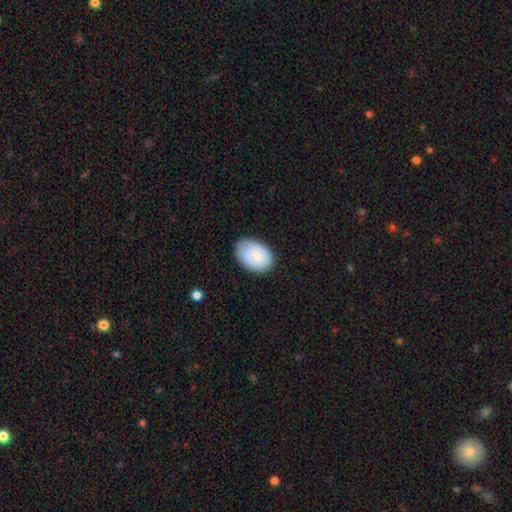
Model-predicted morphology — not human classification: A smooth galaxy with no disk features (73%) that is in between round and cigar-shaped (82%). Merging: none (65%).